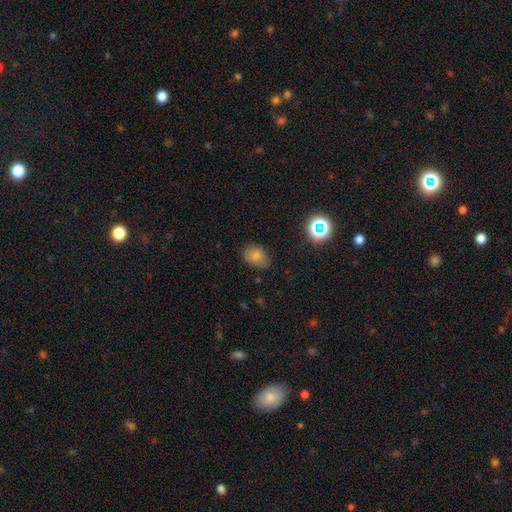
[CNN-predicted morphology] smooth 75%, star or artifact 15%, featured or disk 10%. Down the decision tree: how rounded — in between (70%); merging — none (67%).